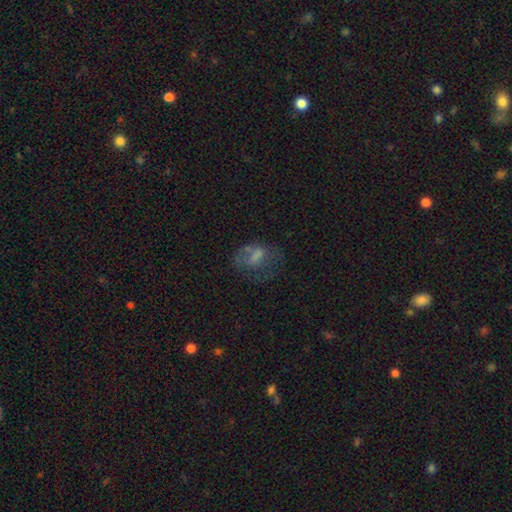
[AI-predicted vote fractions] Smooth or featured? Predicted: featured or disk (p=0.41). Merging? Predicted: none (p=0.43).